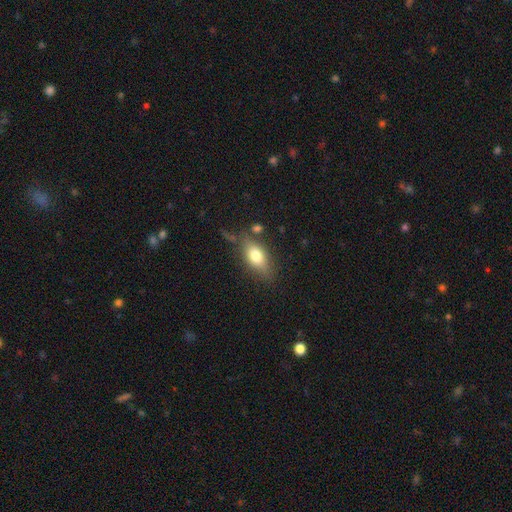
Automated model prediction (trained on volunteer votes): Smooth or featured? Predicted: smooth (p=0.71). How rounded? Predicted: in between (p=0.82). Merging? Predicted: none (p=0.70).